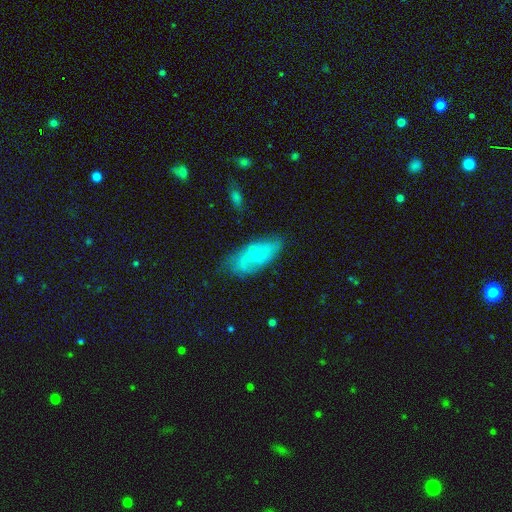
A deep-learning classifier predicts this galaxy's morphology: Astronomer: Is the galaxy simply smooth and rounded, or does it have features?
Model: smooth — 50% (runner-up: featured or disk, 41%).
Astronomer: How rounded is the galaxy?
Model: in between — 82%.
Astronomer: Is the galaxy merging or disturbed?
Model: none — 60%.